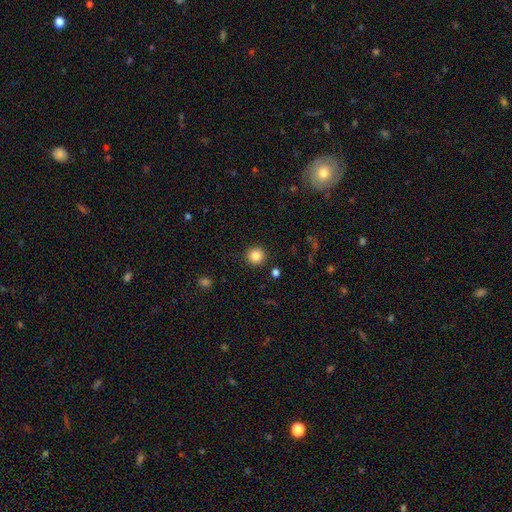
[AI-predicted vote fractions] Q: Smooth or featured?
A: smooth (85%); runner-up: star or artifact (10%)
Q: How rounded?
A: round (93%); runner-up: in between (6%)
Q: Merging?
A: none (90%); runner-up: minor disturbance (6%)